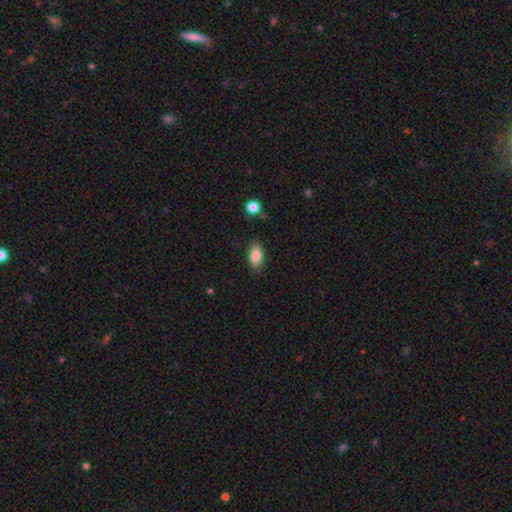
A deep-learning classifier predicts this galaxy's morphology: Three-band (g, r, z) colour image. It shows a smooth galaxy with no disk features (85%) that is in between round and cigar-shaped (90%). Merging: none (83%).